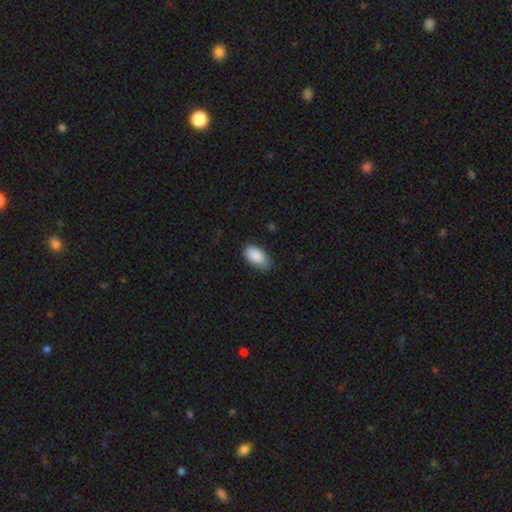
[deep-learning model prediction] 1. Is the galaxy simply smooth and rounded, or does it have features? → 89% smooth, 7% star or artifact, 4% featured or disk.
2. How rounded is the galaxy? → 94% in between, 3% round, 2% cigar-shaped.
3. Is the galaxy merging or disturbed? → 68% none, 27% minor disturbance, 4% major disturbance, 1% merger.